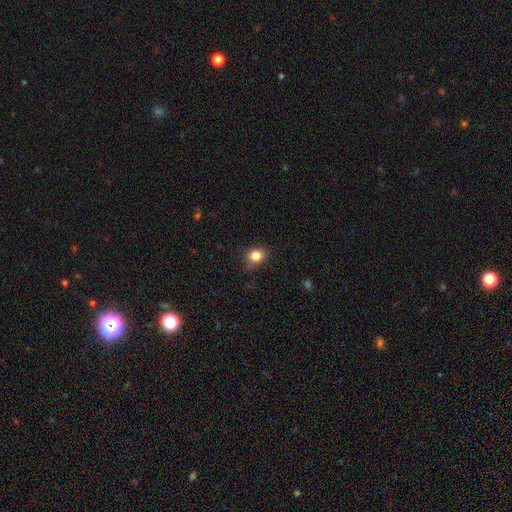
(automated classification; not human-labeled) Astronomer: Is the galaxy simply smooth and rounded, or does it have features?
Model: smooth — 83%.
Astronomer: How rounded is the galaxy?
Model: round — 60% (runner-up: in between, 39%).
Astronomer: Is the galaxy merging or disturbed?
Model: none — 73%.